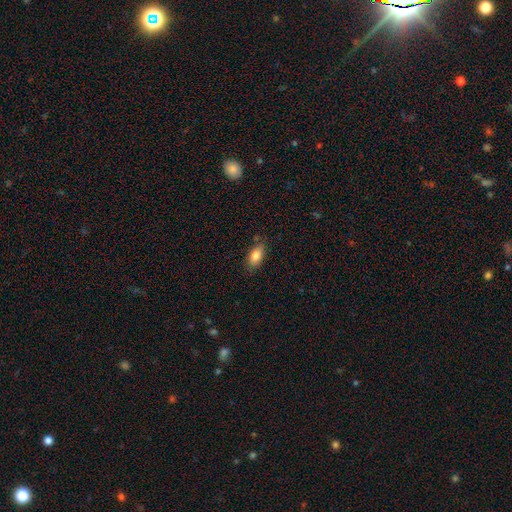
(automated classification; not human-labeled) smooth_or_featured: smooth (p=0.82) [alt: featured or disk p=0.10]
how_rounded: in between (p=0.88) [alt: cigar-shaped p=0.07]
merging: none (p=0.79) [alt: minor disturbance p=0.16]